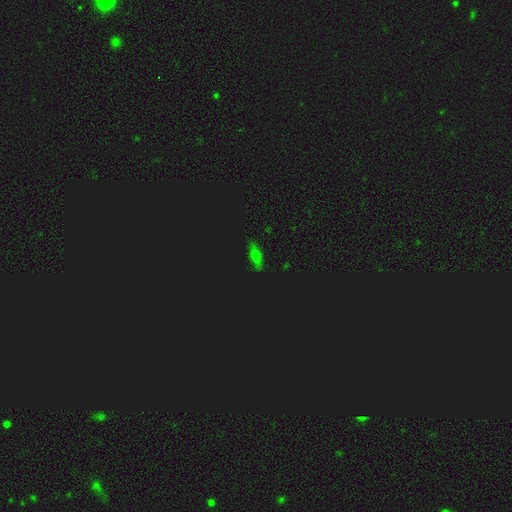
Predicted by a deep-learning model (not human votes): The model was most divided on "smooth or featured": smooth: 51%, star or artifact: 35%, featured or disk: 14%. More confident: merging — none (83%); how rounded — in between (67%).